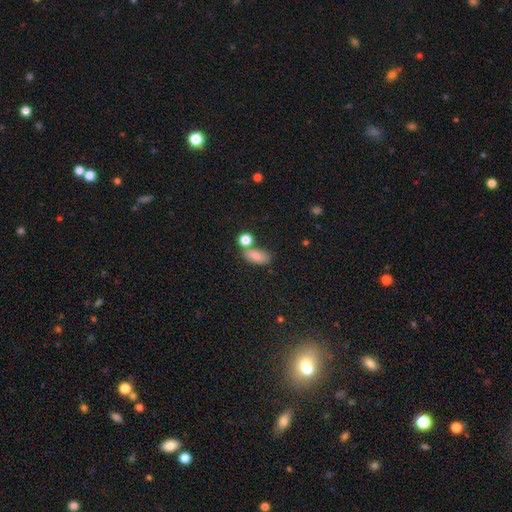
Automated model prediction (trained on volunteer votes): Smooth or featured?
  - smooth: 78% *
  - featured or disk: 12%
  - star or artifact: 10%
How rounded?
  - in between: 81% *
  - round: 10%
  - cigar-shaped: 9%
Merging?
  - none: 53% *
  - merger: 26%
  - minor disturbance: 16%
  - major disturbance: 6%